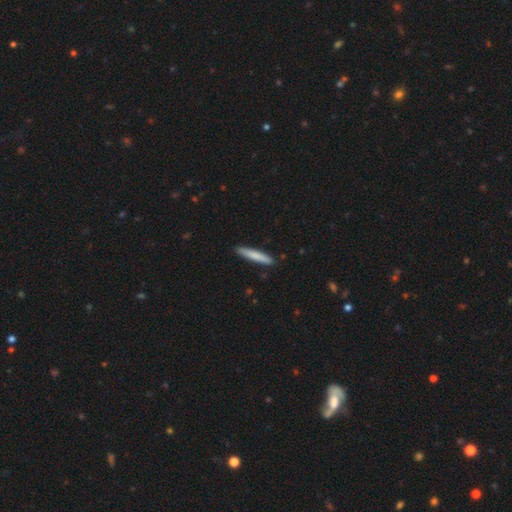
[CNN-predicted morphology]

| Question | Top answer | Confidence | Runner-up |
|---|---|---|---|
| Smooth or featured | smooth | 77% | featured or disk (18%) |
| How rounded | cigar-shaped | 93% | in between (6%) |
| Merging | none | 90% | minor disturbance (8%) |